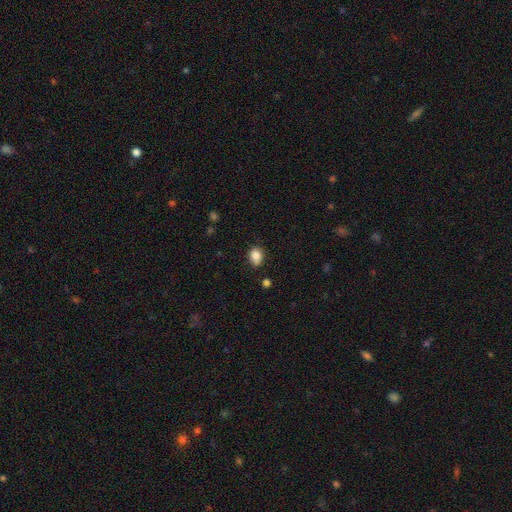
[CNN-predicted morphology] Q: Smooth or featured?
A: smooth (85%); runner-up: star or artifact (10%)
Q: How rounded?
A: in between (54%); runner-up: round (45%)
Q: Merging?
A: none (66%); runner-up: minor disturbance (26%)